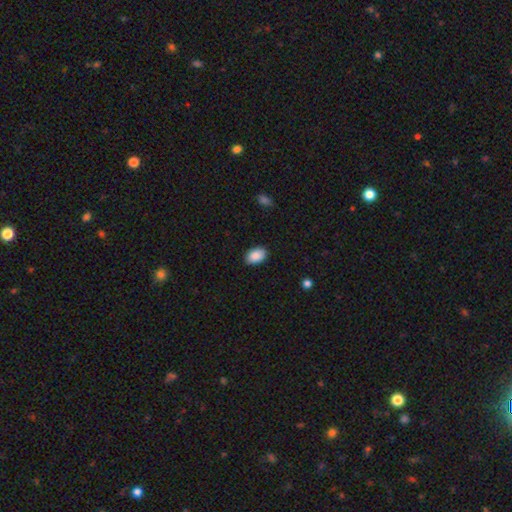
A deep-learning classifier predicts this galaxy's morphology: A smooth galaxy with no disk features (89%) that is in between round and cigar-shaped (90%). Merging: none (88%).